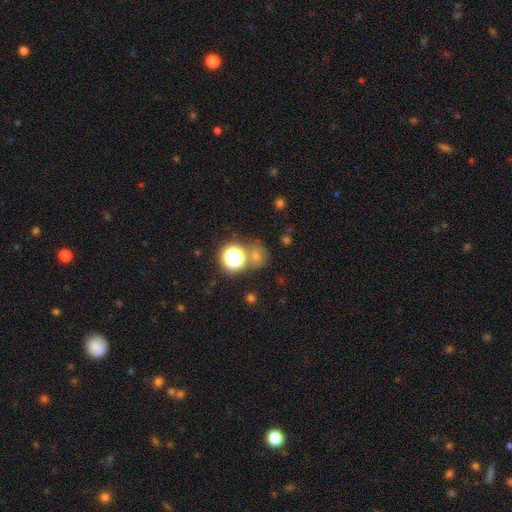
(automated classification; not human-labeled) The model was most divided on "smooth or featured": star or artifact: 48%, smooth: 43%, featured or disk: 9%.